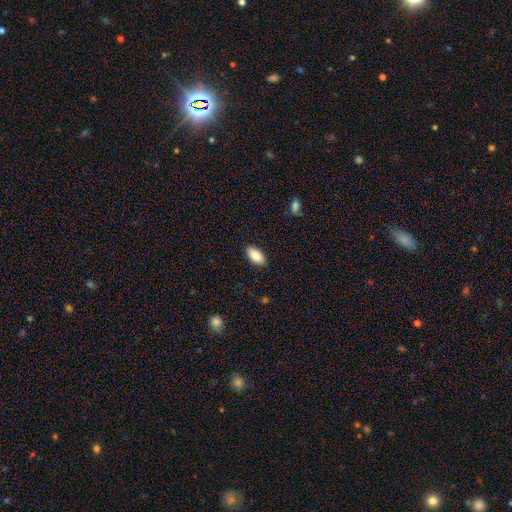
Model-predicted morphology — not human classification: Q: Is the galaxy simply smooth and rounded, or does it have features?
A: smooth — 86%.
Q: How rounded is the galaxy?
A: in between — 93%.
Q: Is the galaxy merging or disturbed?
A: none — 89%.